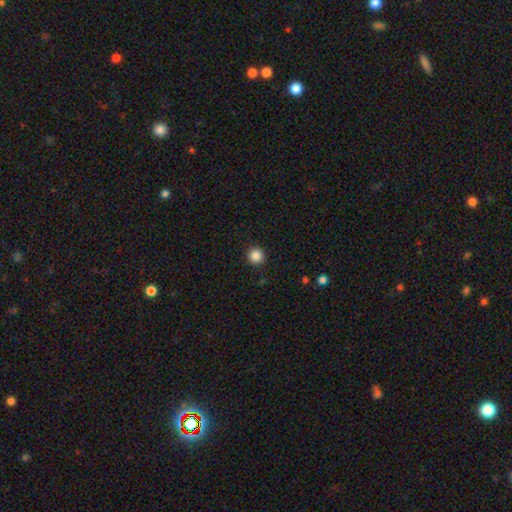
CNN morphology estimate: Smooth or featured?
  - smooth: 86% *
  - star or artifact: 11%
  - featured or disk: 4%
How rounded?
  - round: 95% *
  - in between: 4%
  - cigar-shaped: 1%
Merging?
  - none: 93% *
  - minor disturbance: 5%
  - major disturbance: 2%
  - merger: 1%